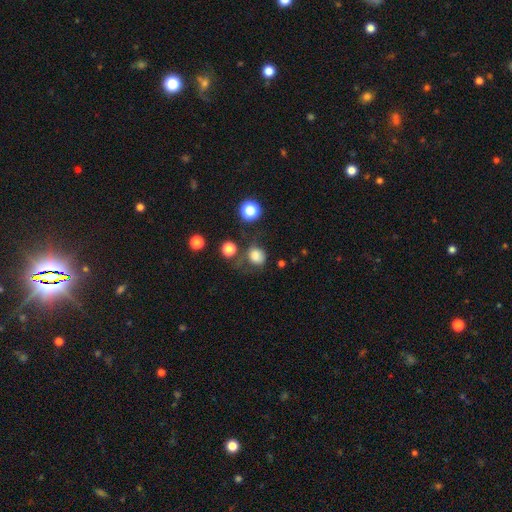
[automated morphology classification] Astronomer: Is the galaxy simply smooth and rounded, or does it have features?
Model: smooth — 79%.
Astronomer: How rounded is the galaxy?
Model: round — 73%.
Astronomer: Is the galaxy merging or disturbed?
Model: none — 52%.